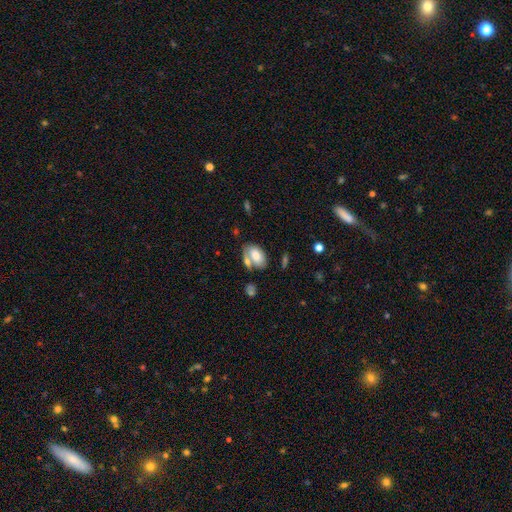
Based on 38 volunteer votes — smooth_or_featured: smooth (p=0.89) [alt: featured or disk p=0.08]
how_rounded: in between (p=0.97) [alt: cigar-shaped p=0.03]
merging: merger (p=0.46) [alt: none p=0.35]